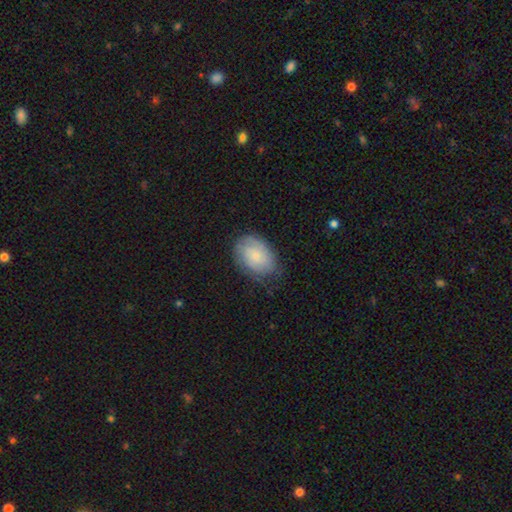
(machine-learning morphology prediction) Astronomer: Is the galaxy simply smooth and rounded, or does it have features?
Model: smooth — 50% (runner-up: featured or disk, 43%).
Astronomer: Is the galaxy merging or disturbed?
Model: none — 71%.